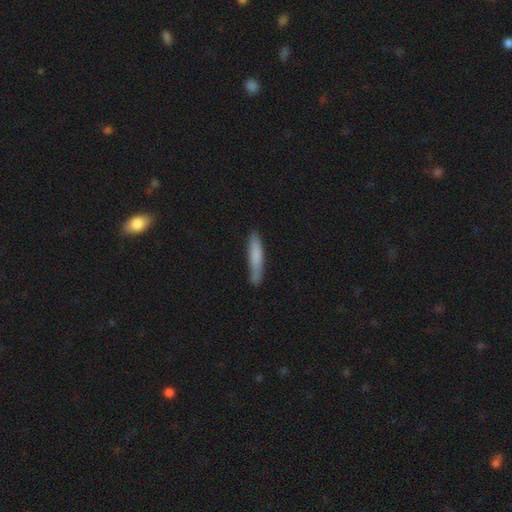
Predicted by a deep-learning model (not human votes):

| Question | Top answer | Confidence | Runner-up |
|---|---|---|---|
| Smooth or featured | smooth | 78% | featured or disk (16%) |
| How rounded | cigar-shaped | 90% | in between (9%) |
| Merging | none | 79% | minor disturbance (17%) |